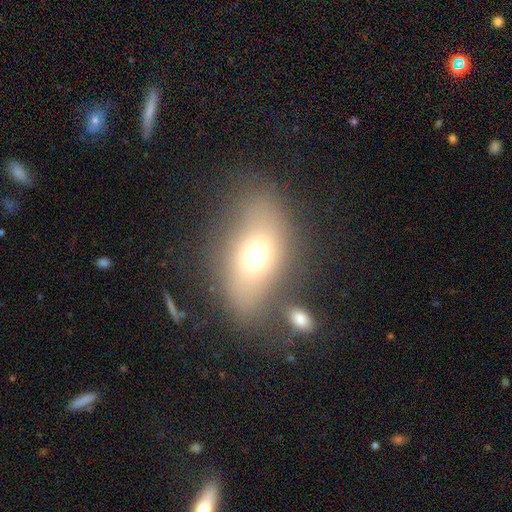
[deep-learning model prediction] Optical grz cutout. It shows a smooth galaxy with no disk features (62%) that is in between round and cigar-shaped (78%). Merging: none (64%).